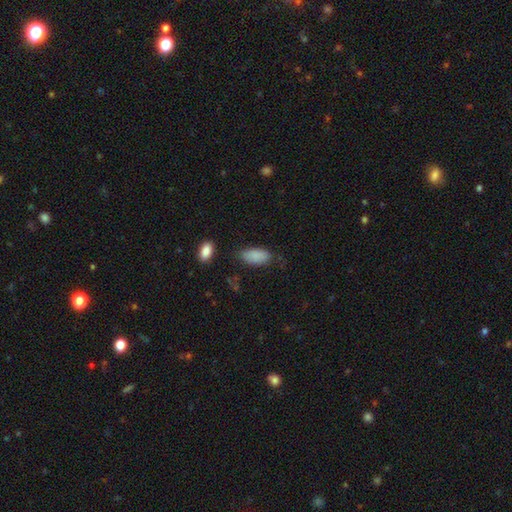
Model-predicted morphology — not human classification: Smooth or featured: smooth — 88% (star or artifact — 7%)
How rounded: in between — 91% (cigar-shaped — 7%)
Merging: none — 72% (minor disturbance — 20%)